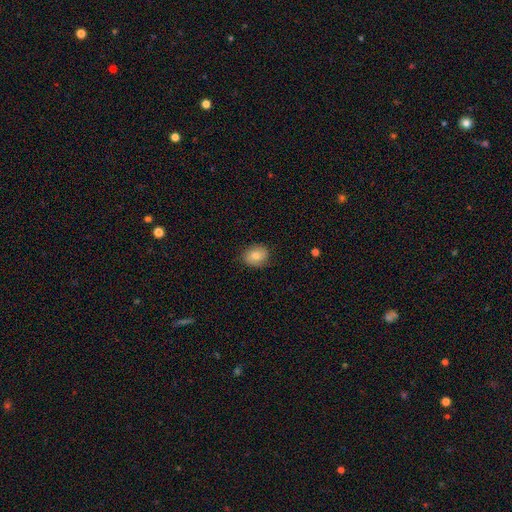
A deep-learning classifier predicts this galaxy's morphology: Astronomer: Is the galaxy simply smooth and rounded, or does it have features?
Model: smooth — 72%.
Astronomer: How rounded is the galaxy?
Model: round — 59% (runner-up: in between, 40%).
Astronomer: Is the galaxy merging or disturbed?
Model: none — 82%.